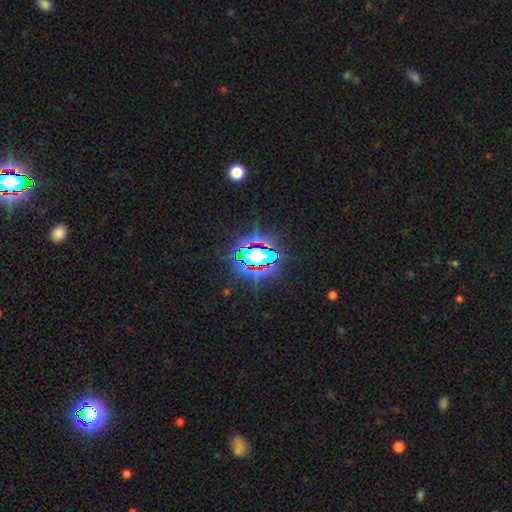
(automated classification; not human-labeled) The model was most divided on "smooth or featured": star or artifact: 67%, smooth: 19%, featured or disk: 14%.